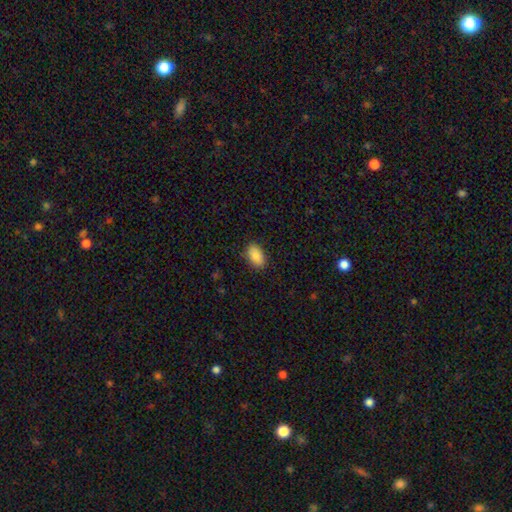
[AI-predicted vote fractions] Smooth or featured?
  - smooth: 86% *
  - star or artifact: 7%
  - featured or disk: 6%
How rounded?
  - in between: 92% *
  - round: 6%
  - cigar-shaped: 2%
Merging?
  - none: 88% *
  - minor disturbance: 9%
  - major disturbance: 2%
  - merger: 1%